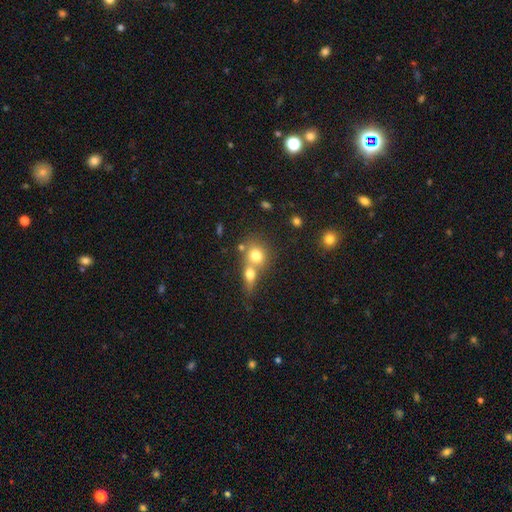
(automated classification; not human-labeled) smooth_or_featured: smooth (p=0.74) [alt: featured or disk p=0.15]
how_rounded: round (p=0.73) [alt: in between p=0.25]
merging: merger (p=0.57) [alt: none p=0.32]